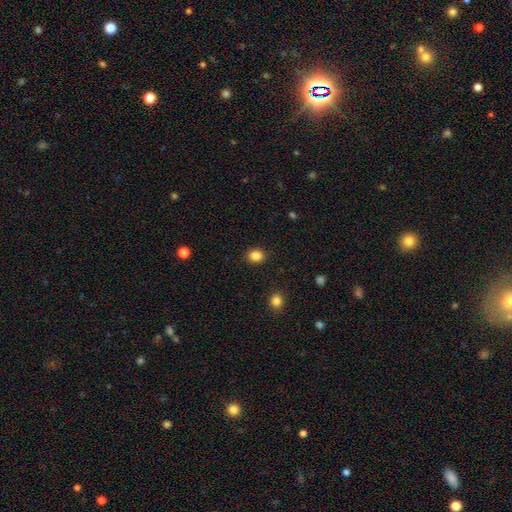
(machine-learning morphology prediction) A smooth galaxy with no disk features (86%) that is round (57%). Merging: none (89%).